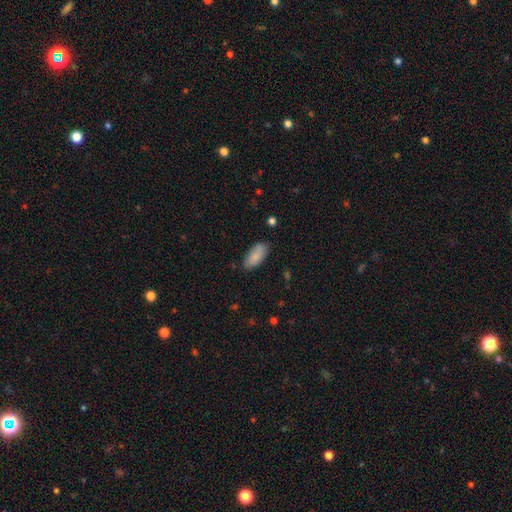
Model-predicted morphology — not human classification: Q: Smooth or featured?
A: smooth (85%); runner-up: featured or disk (9%)
Q: How rounded?
A: in between (89%); runner-up: cigar-shaped (9%)
Q: Merging?
A: none (81%); runner-up: minor disturbance (14%)